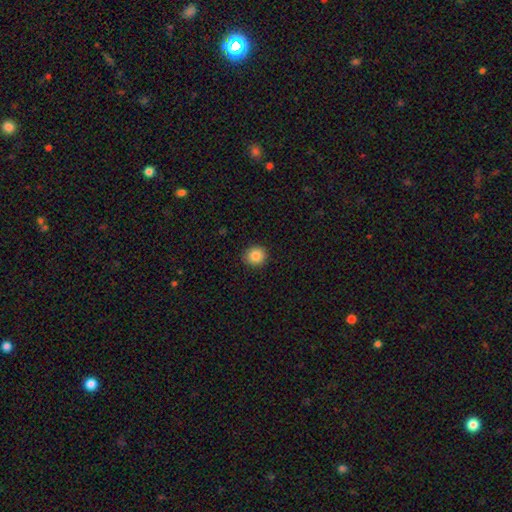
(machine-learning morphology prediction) A smooth galaxy with no disk features (85%) that is round (86%).

Vote fractions:
- Smooth or featured? smooth: 85% / star or artifact: 10% / featured or disk: 5%
- How rounded? round: 86% / in between: 13% / cigar-shaped: 1%
- Merging? none: 91% / minor disturbance: 7% / major disturbance: 2% / merger: 1%